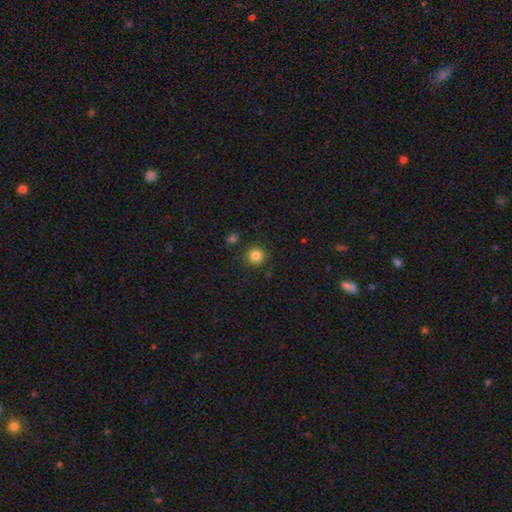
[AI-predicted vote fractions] The model was most divided on "smooth or featured": smooth: 84%, star or artifact: 12%, featured or disk: 4%. More confident: how rounded — round (94%); merging — none (87%).